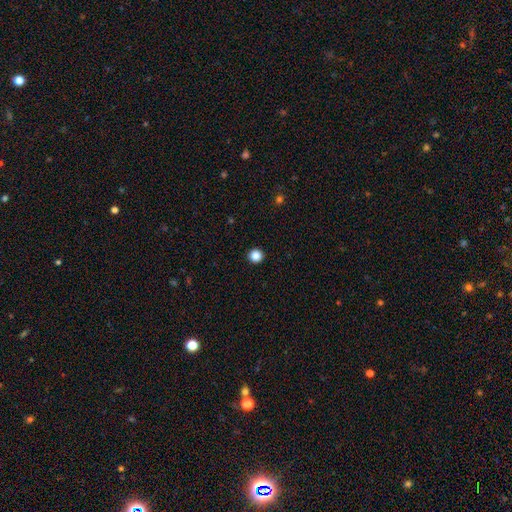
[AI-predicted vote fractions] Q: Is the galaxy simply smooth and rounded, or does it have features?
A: smooth — 87%.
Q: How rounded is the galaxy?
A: round — 96%.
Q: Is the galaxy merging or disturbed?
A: none — 94%.